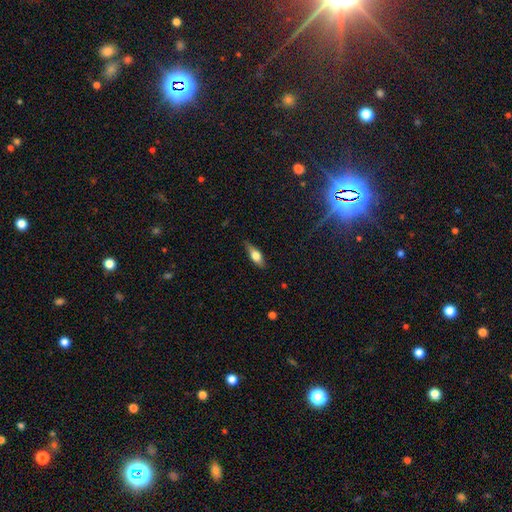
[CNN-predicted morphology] smooth-or-featured: smooth: 57% | featured or disk: 36% | star or artifact: 7%
  how-rounded: in between: 62% | cigar-shaped: 34% | round: 4%
  merging: none: 78% | minor disturbance: 18% | major disturbance: 3% | merger: 1%